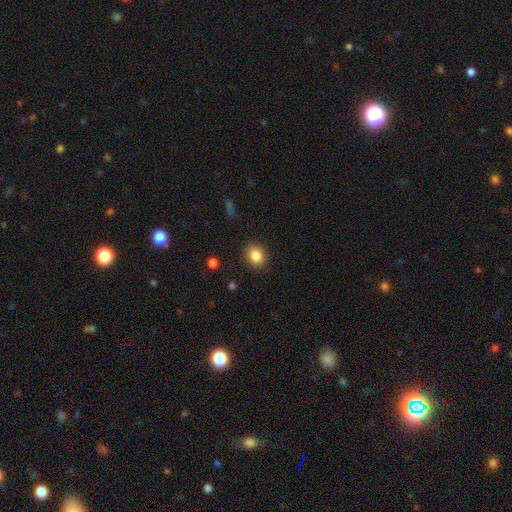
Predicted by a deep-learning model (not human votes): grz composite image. It shows a smooth galaxy with no disk features (86%) that is in between round and cigar-shaped (50%). Merging: none (89%).